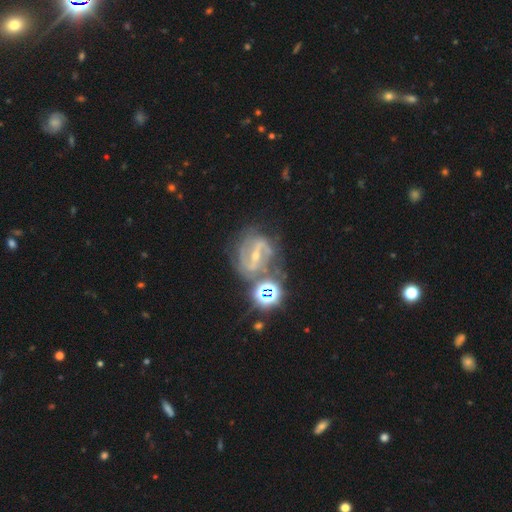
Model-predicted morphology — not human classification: This is clearly a featured or disk galaxy (84%). It is clearly not viewed edge-on (96%). Bar: likely strong (63%). Spiral arm pattern: clearly yes (94%). Spiral arm count: likely 2 (75%). Spiral winding: possibly medium (49%). Central bulge: likely small (65%). Merging: possibly none (58%).